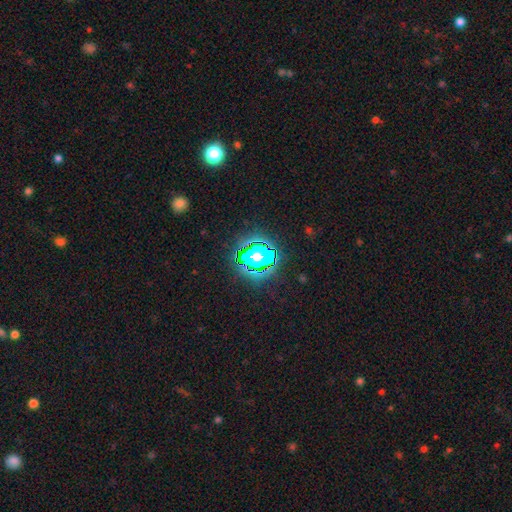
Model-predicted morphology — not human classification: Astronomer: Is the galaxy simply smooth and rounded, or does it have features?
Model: star or artifact — 79%.